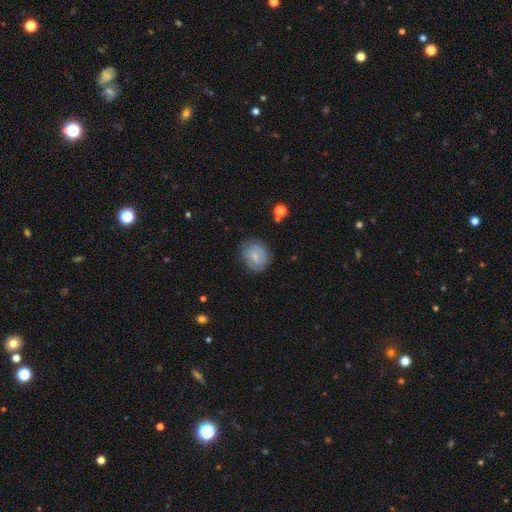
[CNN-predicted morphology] smooth_or_featured: smooth (p=0.47) [alt: featured or disk p=0.45]
merging: none (p=0.75) [alt: minor disturbance p=0.18]